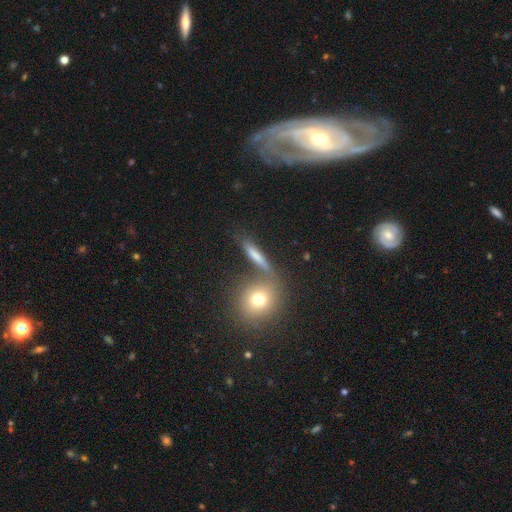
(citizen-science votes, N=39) smooth_or_featured: smooth (p=0.62) [alt: featured or disk p=0.28]
how_rounded: cigar-shaped (p=0.58) [alt: round p=0.38]
merging: none (p=0.89) [alt: merger p=0.09]